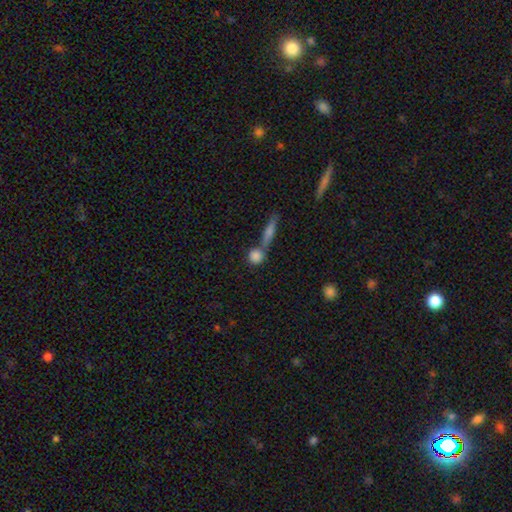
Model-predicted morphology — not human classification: smooth 82%, featured or disk 10%, star or artifact 8%. Down the decision tree: how rounded — round (82%); merging — none (58%).